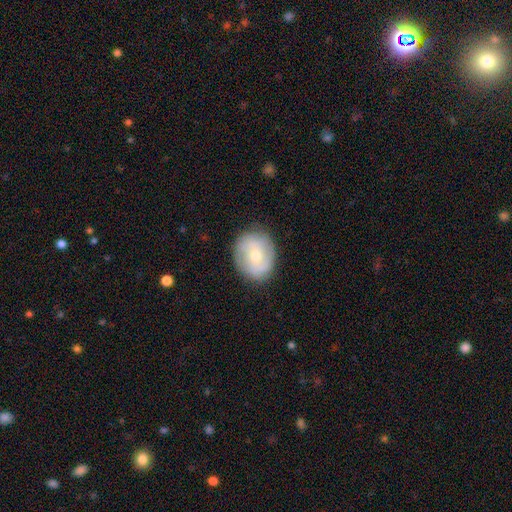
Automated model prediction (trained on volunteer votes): The model was most divided on "smooth or featured": featured or disk: 48%, smooth: 45%, star or artifact: 7%. More confident: merging — none (81%).